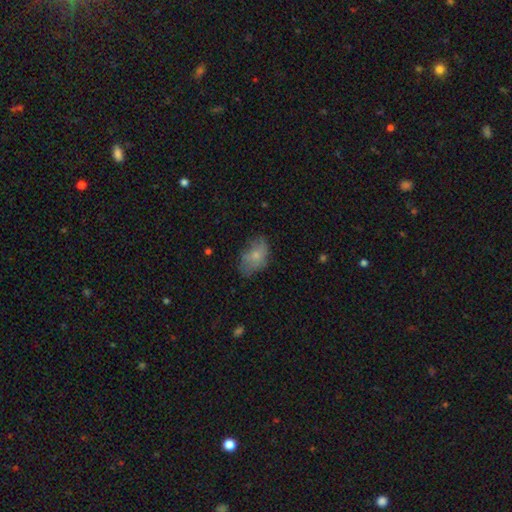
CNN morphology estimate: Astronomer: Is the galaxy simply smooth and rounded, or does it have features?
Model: smooth — 68%.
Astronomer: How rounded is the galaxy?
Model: in between — 86%.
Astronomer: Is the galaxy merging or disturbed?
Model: none — 55%.